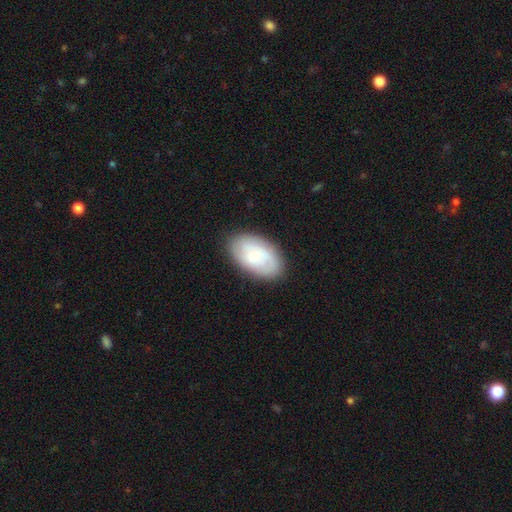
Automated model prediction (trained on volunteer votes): Morphology: type=smooth (52%); roundness=in between (92%); merging=none (82%).